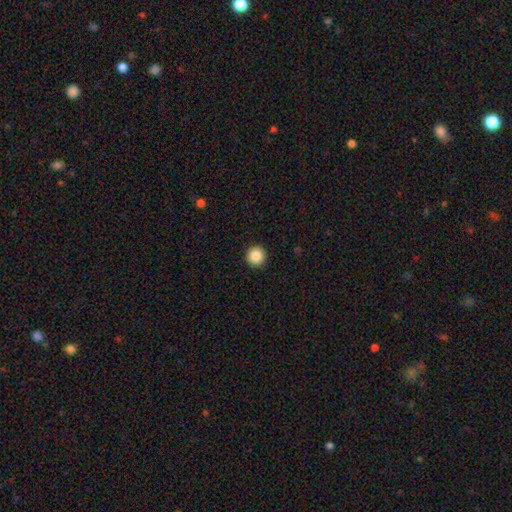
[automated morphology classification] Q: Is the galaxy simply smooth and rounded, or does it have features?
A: smooth — 87%.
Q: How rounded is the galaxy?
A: round — 96%.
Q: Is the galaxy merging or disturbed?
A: none — 93%.